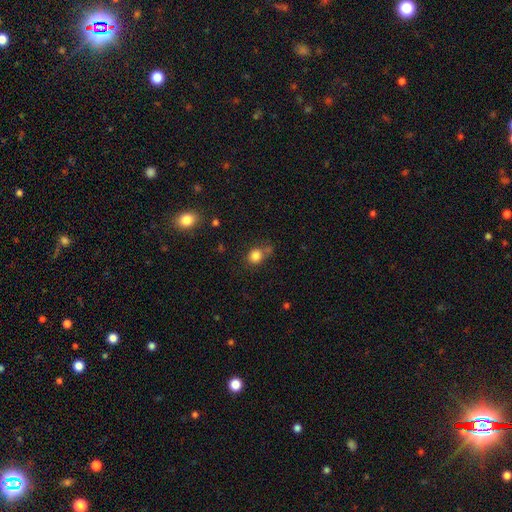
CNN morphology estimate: smooth 83%, star or artifact 12%, featured or disk 5%. Down the decision tree: how rounded — round (77%); merging — none (64%).